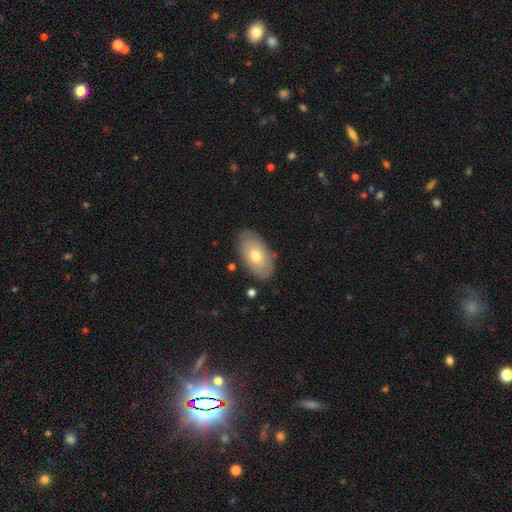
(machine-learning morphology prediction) Smooth or featured? smooth (65%)
How rounded? in between (94%)
Merging? none (83%)